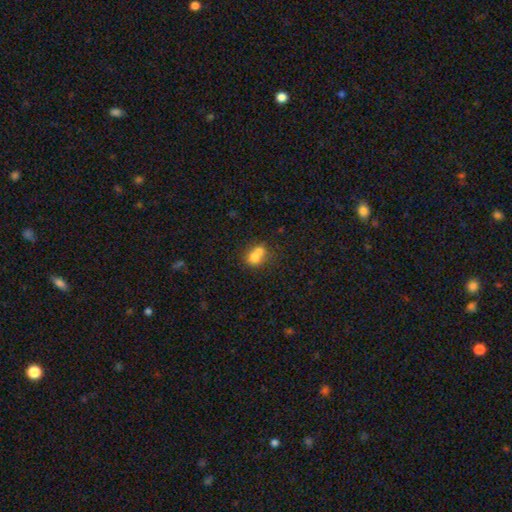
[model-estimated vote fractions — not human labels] Q: Smooth or featured?
A: smooth (70%); runner-up: featured or disk (19%)
Q: How rounded?
A: round (60%); runner-up: in between (39%)
Q: Merging?
A: merger (61%); runner-up: none (27%)